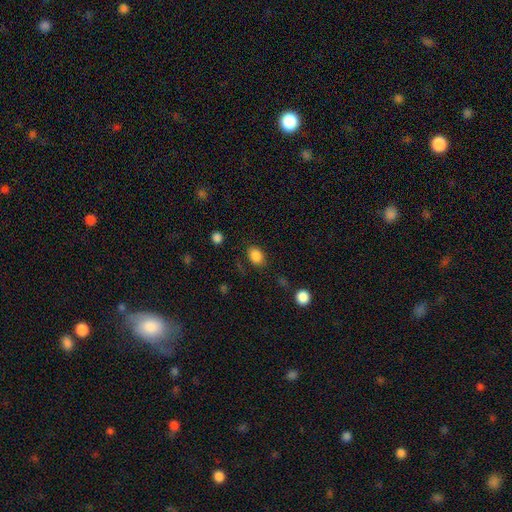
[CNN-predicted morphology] smooth_or_featured: smooth (p=0.85) [alt: star or artifact p=0.10]
how_rounded: in between (p=0.67) [alt: round p=0.32]
merging: none (p=0.79) [alt: minor disturbance p=0.14]